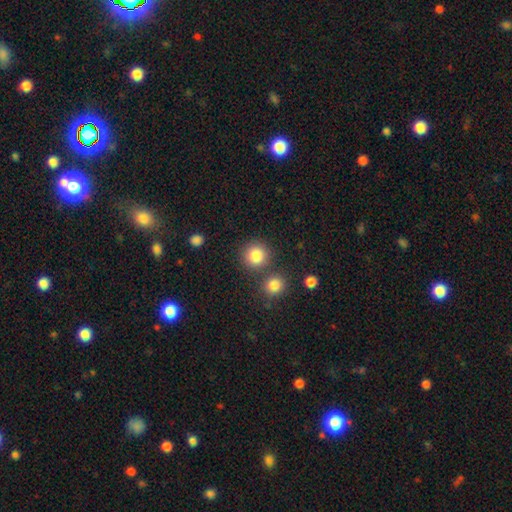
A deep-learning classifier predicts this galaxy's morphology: The model was most divided on "merging": none: 76%, merger: 13%, minor disturbance: 8%, major disturbance: 3%. More confident: how rounded — round (91%); smooth or featured — smooth (85%).